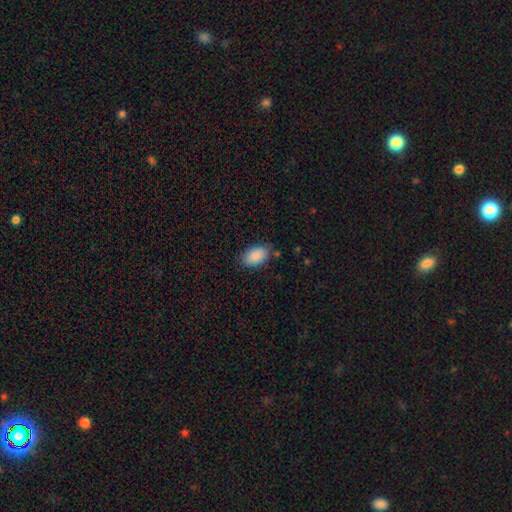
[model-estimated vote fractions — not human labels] smooth 89%, star or artifact 7%, featured or disk 5%. Down the decision tree: how rounded — in between (92%); merging — none (80%).